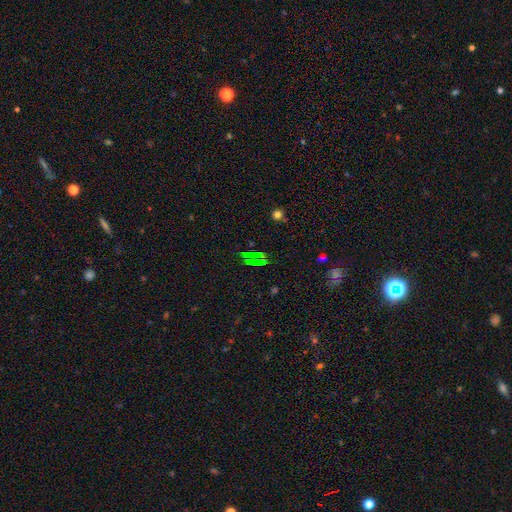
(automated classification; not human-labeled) Smooth or featured? Predicted: star or artifact (p=0.56).